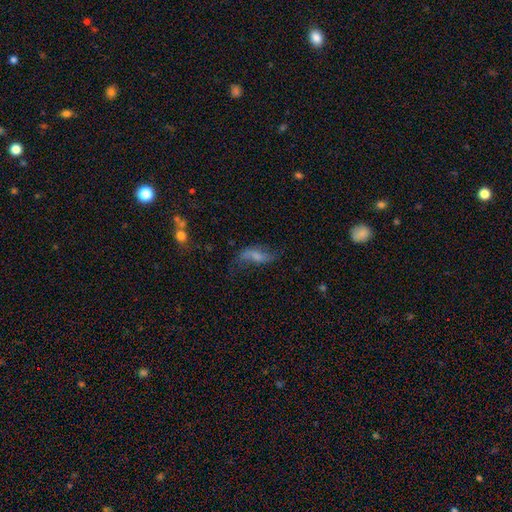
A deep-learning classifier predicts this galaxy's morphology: Smooth or featured: featured or disk — 52% (smooth — 38%)
Edge-on disk: no — 90% (yes — 10%)
Merging: none — 47% (major disturbance — 25%)